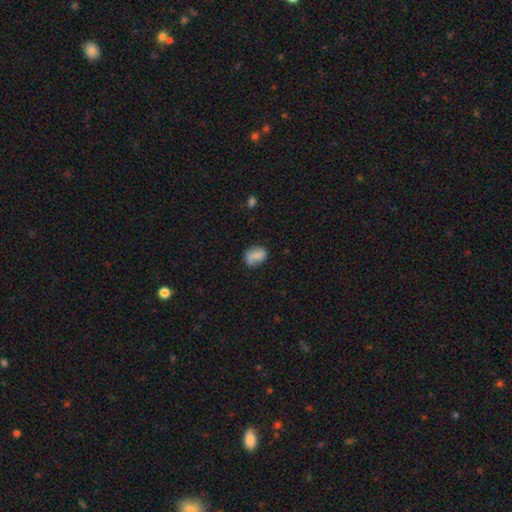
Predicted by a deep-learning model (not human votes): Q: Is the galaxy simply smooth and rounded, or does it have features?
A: smooth — 70%.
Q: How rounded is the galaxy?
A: in between — 73%.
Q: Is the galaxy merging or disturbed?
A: none — 60%.